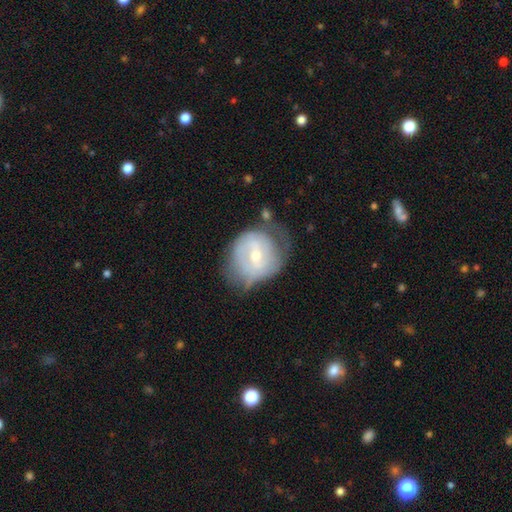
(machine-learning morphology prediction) Smooth or featured?
  - featured or disk: 69% *
  - smooth: 24%
  - star or artifact: 7%
Edge-on disk?
  - no: 97% *
  - yes: 3%
Bar?
  - weak: 50% *
  - no: 35%
  - strong: 15%
Spiral arms?
  - yes: 78% *
  - no: 22%
Spiral winding?
  - tight: 53% *
  - medium: 33%
  - loose: 14%
Spiral arm count?
  - 2: 47% *
  - can't tell: 37%
  - 3: 7%
  - 1: 5%
  - 4: 2%
  - more than 4: 2%
Bulge size?
  - small: 54% *
  - moderate: 43%
  - large: 1%
  - none: 1%
  - dominant: 1%
Merging?
  - none: 46% *
  - minor disturbance: 32%
  - major disturbance: 18%
  - merger: 4%